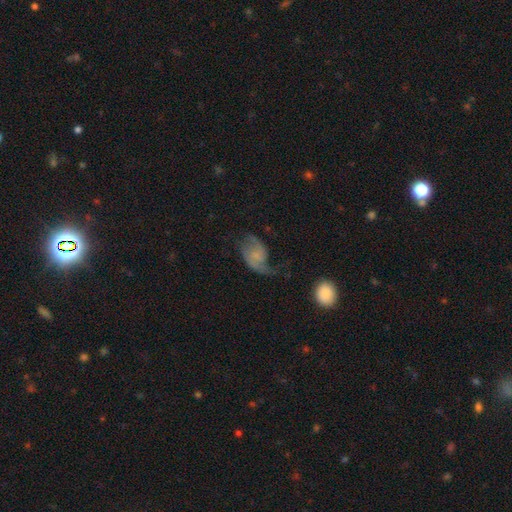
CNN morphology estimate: Q: Smooth or featured?
A: featured or disk (73%); runner-up: smooth (19%)
Q: Edge-on disk?
A: no (98%); runner-up: yes (2%)
Q: Bar?
A: no (60%); runner-up: weak (33%)
Q: Spiral arms?
A: yes (92%); runner-up: no (8%)
Q: Spiral winding?
A: loose (59%); runner-up: medium (32%)
Q: Spiral arm count?
A: 2 (86%); runner-up: 1 (6%)
Q: Bulge size?
A: small (41%); runner-up: none (40%)
Q: Merging?
A: none (47%); runner-up: major disturbance (25%)